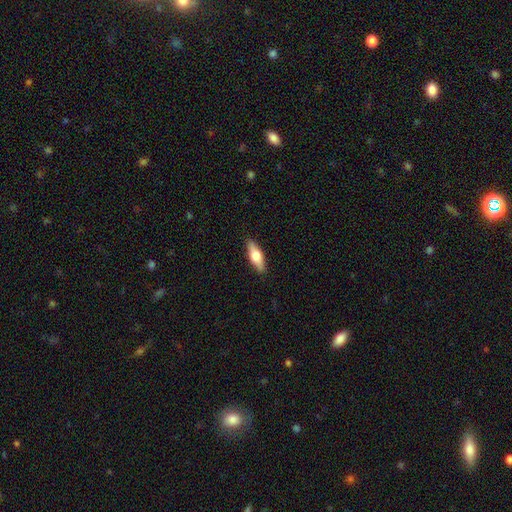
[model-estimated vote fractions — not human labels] A smooth galaxy with no disk features (61%) that is in between round and cigar-shaped (59%). Merging: none (89%).